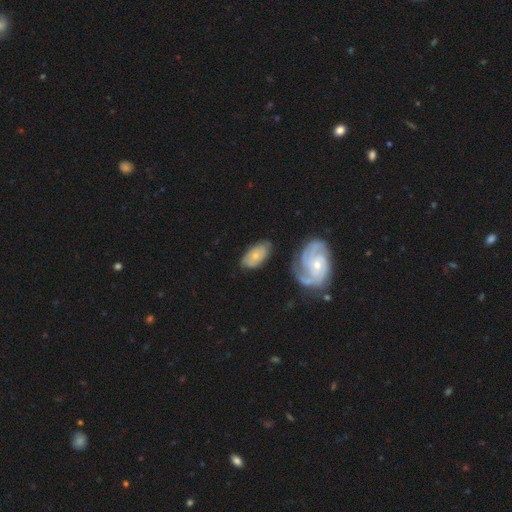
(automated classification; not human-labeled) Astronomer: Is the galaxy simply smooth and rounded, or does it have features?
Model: featured or disk — 50% (runner-up: smooth, 43%).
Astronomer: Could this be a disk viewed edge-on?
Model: no — 93%.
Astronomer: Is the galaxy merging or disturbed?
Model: none — 68%.